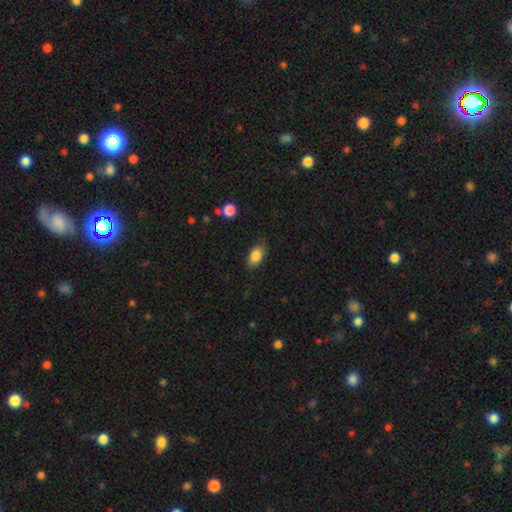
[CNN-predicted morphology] smooth_or_featured: smooth (p=0.85) [alt: star or artifact p=0.08]
how_rounded: in between (p=0.89) [alt: round p=0.08]
merging: none (p=0.78) [alt: minor disturbance p=0.17]